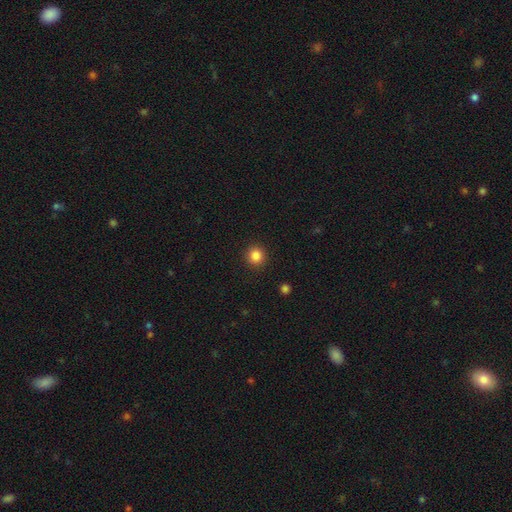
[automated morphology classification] This is clearly a smooth galaxy (86%). How rounded: clearly round (92%). Merging: clearly none (92%).